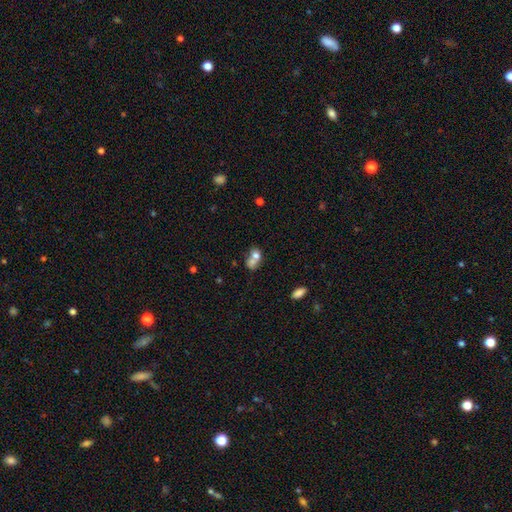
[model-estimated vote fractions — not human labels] smooth 69%, featured or disk 20%, star or artifact 11%. Down the decision tree: how rounded — in between (55%); merging — merger (67%).